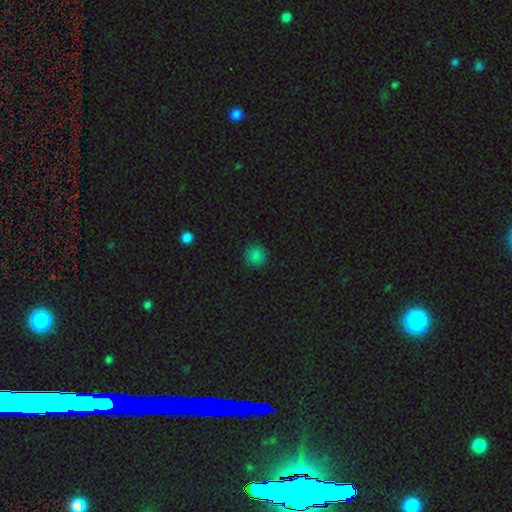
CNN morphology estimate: Smooth or featured: smooth — 84% (star or artifact — 13%)
How rounded: round — 93% (in between — 6%)
Merging: none — 91% (minor disturbance — 6%)